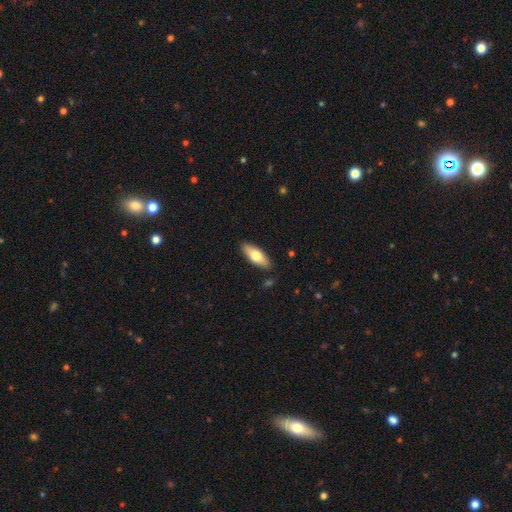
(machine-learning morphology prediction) smooth_or_featured: smooth (p=0.70) [alt: featured or disk p=0.25]
how_rounded: in between (p=0.71) [alt: cigar-shaped p=0.27]
merging: none (p=0.87) [alt: minor disturbance p=0.09]